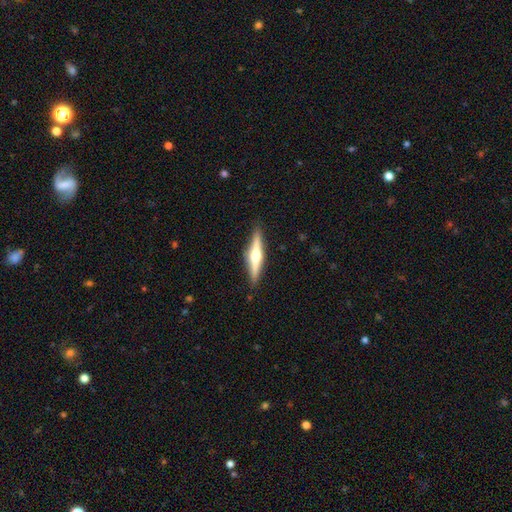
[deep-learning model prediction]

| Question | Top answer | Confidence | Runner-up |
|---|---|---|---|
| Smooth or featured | featured or disk | 71% | smooth (24%) |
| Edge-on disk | yes | 98% | no (2%) |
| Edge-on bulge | rounded | 94% | boxy (3%) |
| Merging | none | 90% | minor disturbance (7%) |